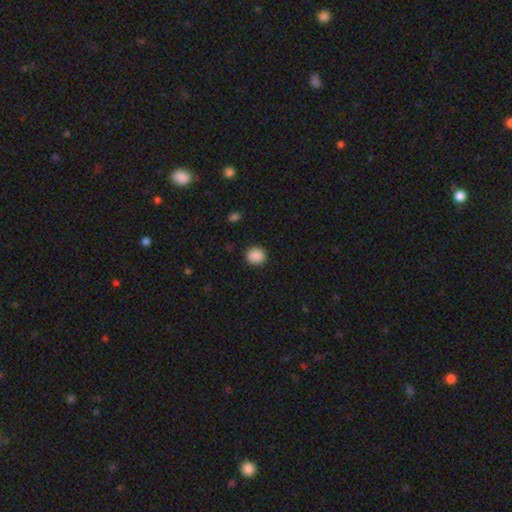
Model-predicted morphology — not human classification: type=smooth (89%); roundness=round (82%); merging=none (90%).